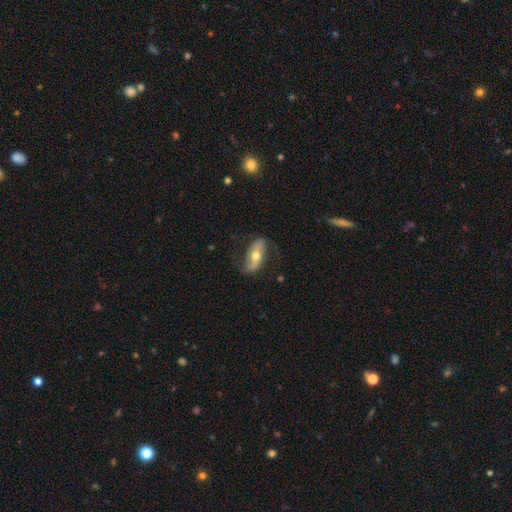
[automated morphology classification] smooth-or-featured: featured or disk: 58% | smooth: 36% | star or artifact: 6%
  disk-edge-on: no: 80% | yes: 20%
  merging: none: 72% | minor disturbance: 19% | major disturbance: 8% | merger: 1%